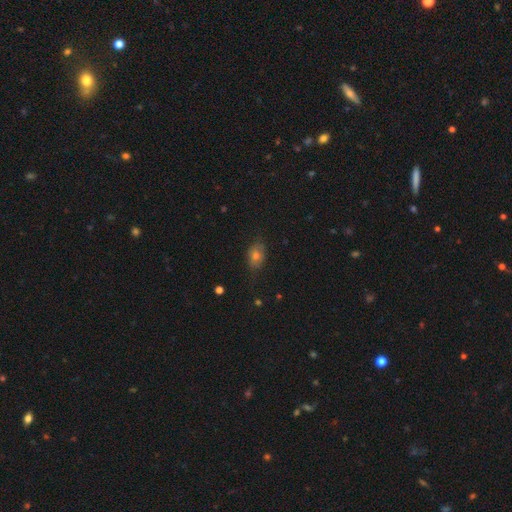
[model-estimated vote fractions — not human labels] The model was most divided on "smooth or featured": smooth: 65%, featured or disk: 18%, star or artifact: 17%. More confident: merging — none (77%); how rounded — in between (76%).